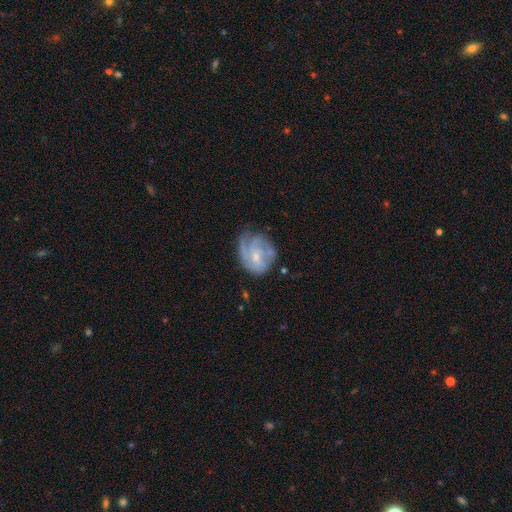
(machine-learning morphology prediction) A featured or disk galaxy (71%) with no bar (65%), tight (49%) spiral arms (84%) and a small central bulge (61%). Merging: none (51%).